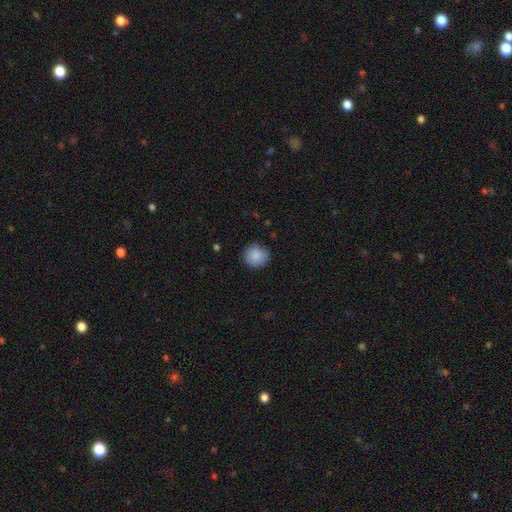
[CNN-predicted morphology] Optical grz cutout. It shows a smooth galaxy with no disk features (87%) that is round (89%). Merging: none (84%).